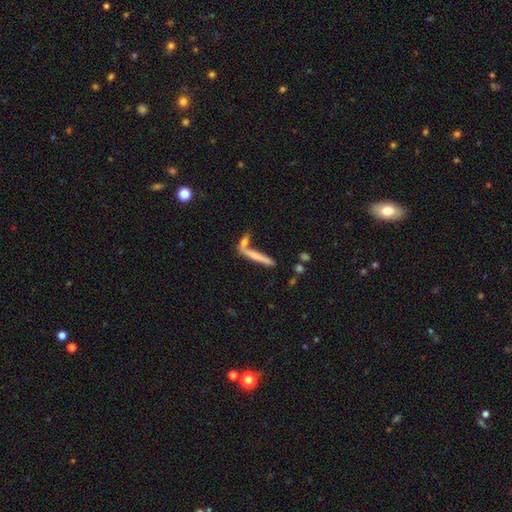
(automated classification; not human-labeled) smooth-or-featured: smooth: 58% | featured or disk: 33% | star or artifact: 9%
  how-rounded: cigar-shaped: 92% | in between: 6% | round: 2%
  merging: none: 59% | merger: 24% | minor disturbance: 12% | major disturbance: 5%